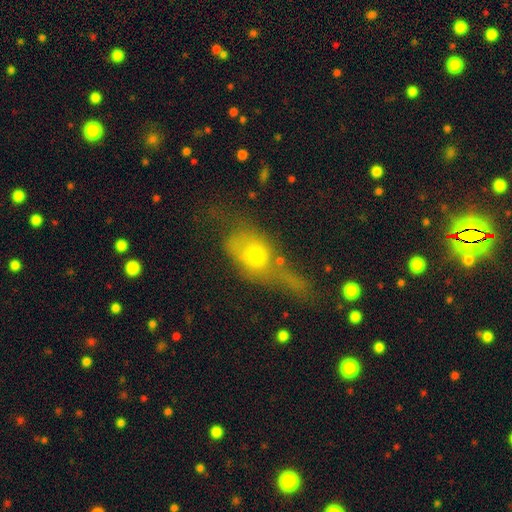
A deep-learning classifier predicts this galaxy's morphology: Smooth or featured?
  - smooth: 50% *
  - featured or disk: 37%
  - star or artifact: 13%
How rounded?
  - in between: 69% *
  - round: 20%
  - cigar-shaped: 11%
Merging?
  - major disturbance: 38% *
  - none: 27%
  - minor disturbance: 22%
  - merger: 13%